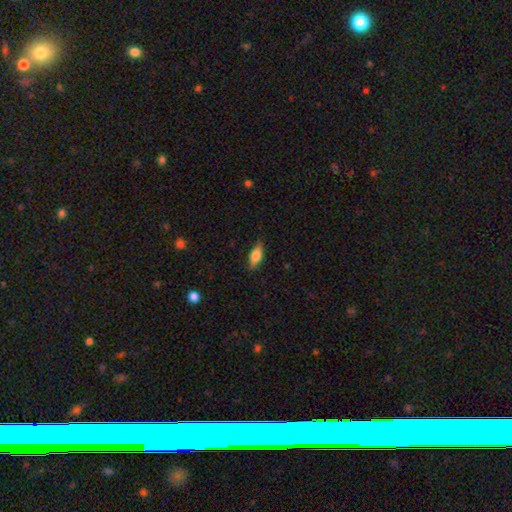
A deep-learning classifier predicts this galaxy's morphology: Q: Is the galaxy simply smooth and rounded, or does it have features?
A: smooth — 72%.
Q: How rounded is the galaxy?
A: in between — 77%.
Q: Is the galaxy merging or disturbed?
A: none — 84%.